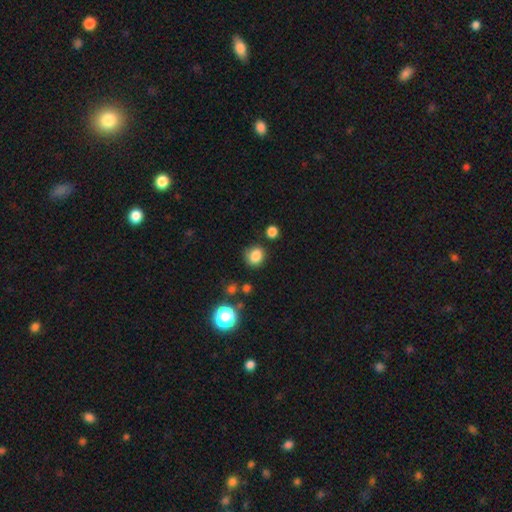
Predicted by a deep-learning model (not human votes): This is clearly a smooth galaxy (83%). How rounded: likely round (65%). Merging: likely none (74%).